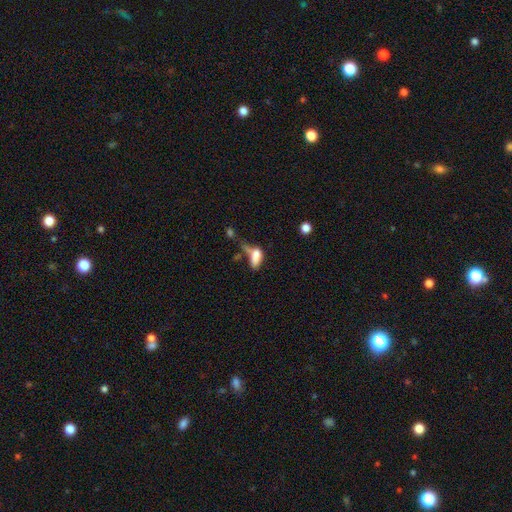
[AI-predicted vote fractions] smooth-or-featured: smooth: 69% | featured or disk: 20% | star or artifact: 11%
  how-rounded: in between: 79% | cigar-shaped: 15% | round: 6%
  merging: major disturbance: 32% | merger: 29% | none: 21% | minor disturbance: 18%